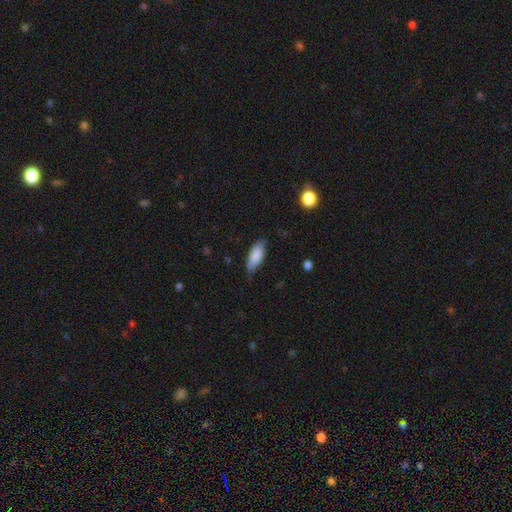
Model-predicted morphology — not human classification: Q: Smooth or featured?
A: smooth (84%); runner-up: featured or disk (10%)
Q: How rounded?
A: in between (77%); runner-up: cigar-shaped (21%)
Q: Merging?
A: none (75%); runner-up: minor disturbance (20%)